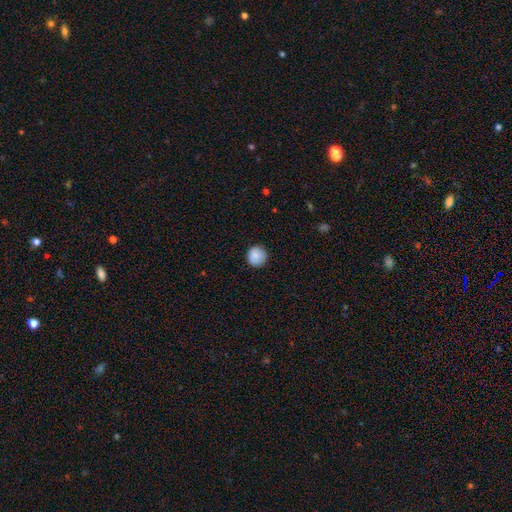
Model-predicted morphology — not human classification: Smooth or featured?
  - smooth: 86% *
  - star or artifact: 7%
  - featured or disk: 7%
How rounded?
  - round: 94% *
  - in between: 5%
  - cigar-shaped: 1%
Merging?
  - none: 87% *
  - minor disturbance: 10%
  - major disturbance: 2%
  - merger: 1%